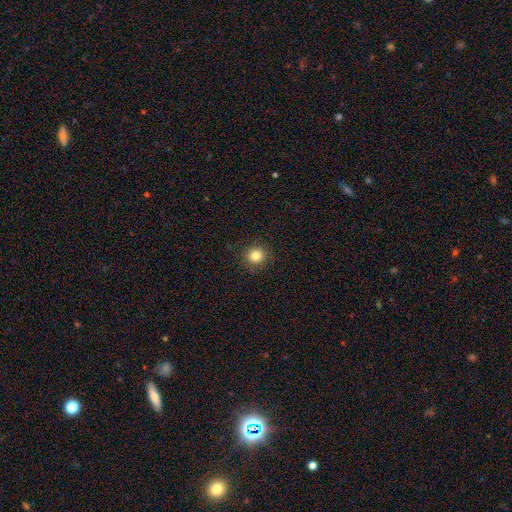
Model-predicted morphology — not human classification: The model was most divided on "smooth or featured": smooth: 83%, star or artifact: 12%, featured or disk: 6%. More confident: how rounded — round (92%); merging — none (90%).